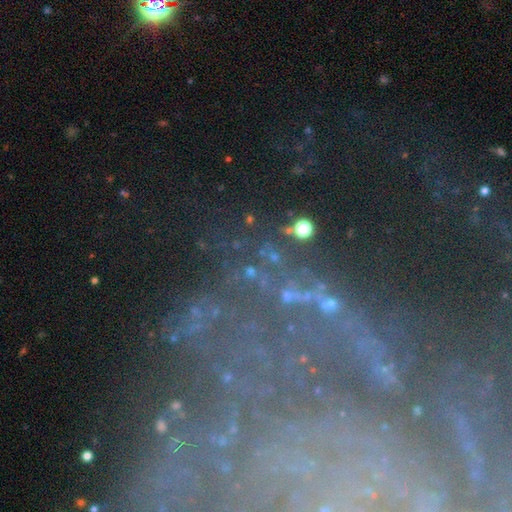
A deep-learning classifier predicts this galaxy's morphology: A star or artifact, not a galaxy (44%).

Vote fractions:
- Smooth or featured? star or artifact: 44% / featured or disk: 42% / smooth: 15%